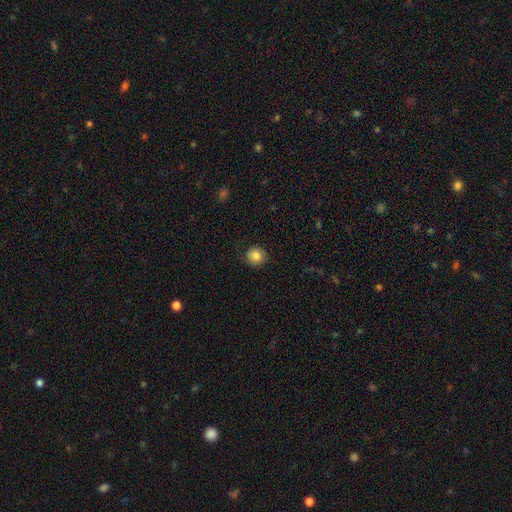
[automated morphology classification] Smooth or featured? smooth (84%)
How rounded? round (87%)
Merging? none (82%)